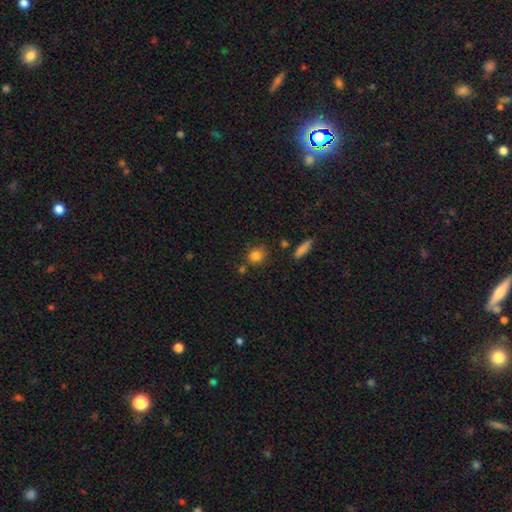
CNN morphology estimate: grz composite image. It shows a smooth galaxy with no disk features (83%) that is round (76%). Merging: none (75%).